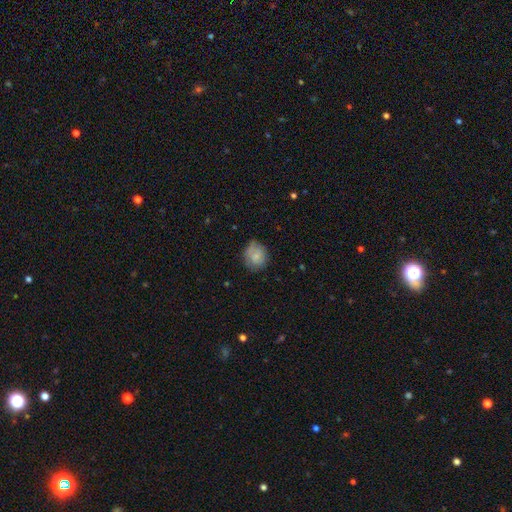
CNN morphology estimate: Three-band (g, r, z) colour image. It shows a smooth galaxy with no disk features (66%) that is round (72%). Merging: none (66%).